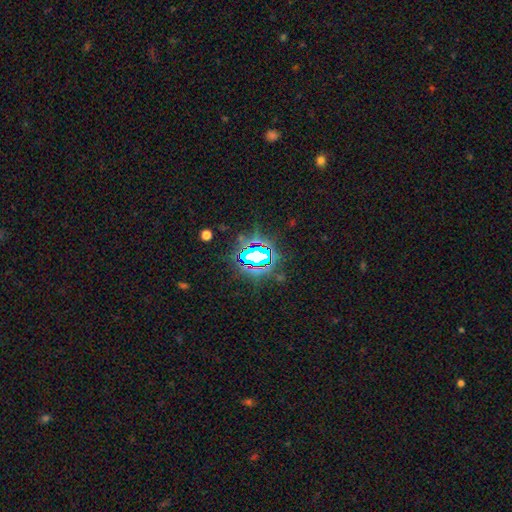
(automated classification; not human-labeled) Smooth or featured? Predicted: star or artifact (p=0.74).